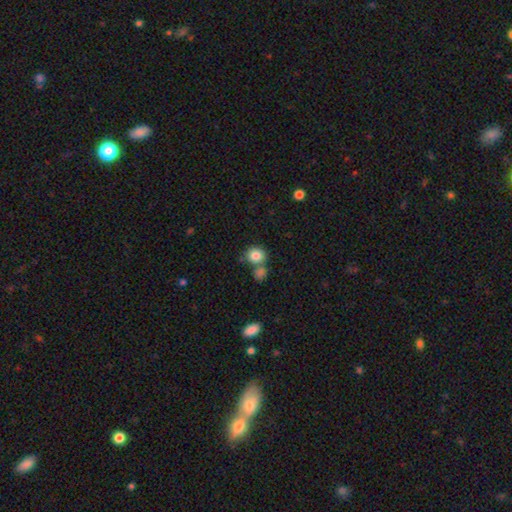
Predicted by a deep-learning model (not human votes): This appears to be a smooth galaxy with no disk features (83%) that is round (73%). Merging: none (57%).